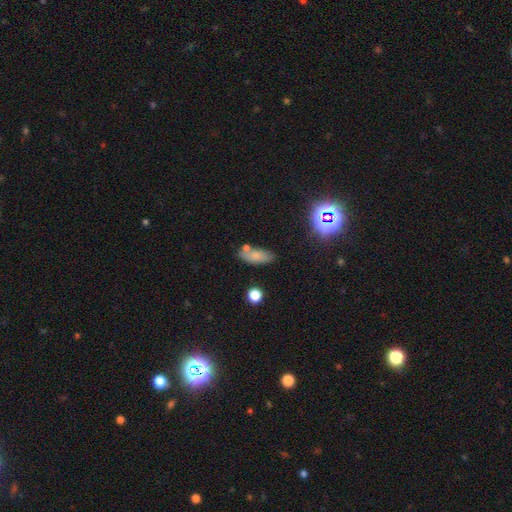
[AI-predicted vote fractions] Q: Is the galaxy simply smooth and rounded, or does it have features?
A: smooth — 75%.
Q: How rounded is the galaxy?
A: in between — 81%.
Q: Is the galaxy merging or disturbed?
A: none — 62%.